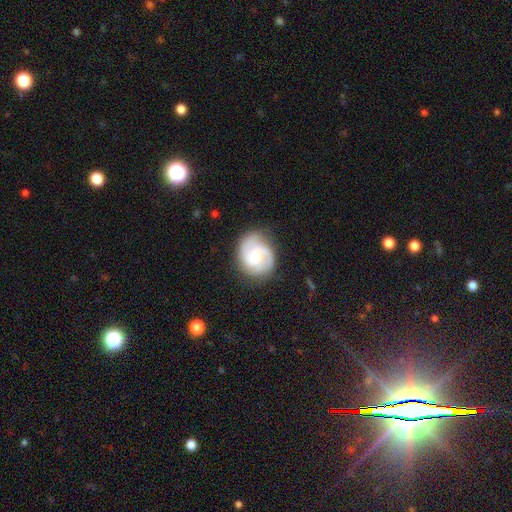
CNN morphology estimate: Smooth or featured: featured or disk — 77% (smooth — 17%)
Edge-on disk: no — 98% (yes — 2%)
Bar: no — 61% (weak — 34%)
Spiral arms: yes — 96% (no — 4%)
Spiral winding: medium — 46% (tight — 41%)
Spiral arm count: 2 — 47% (3 — 32%)
Bulge size: moderate — 52% (small — 39%)
Merging: none — 78% (minor disturbance — 15%)